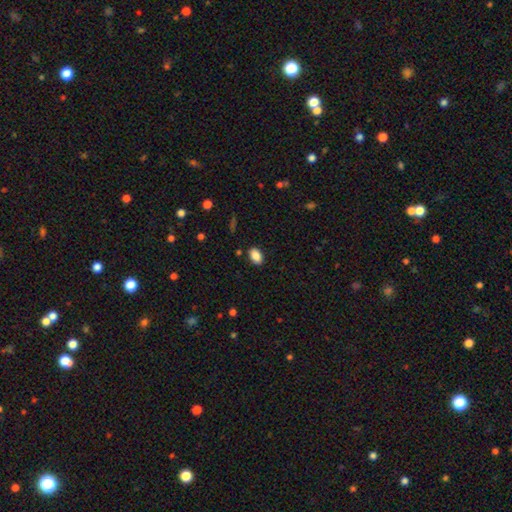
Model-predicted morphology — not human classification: Smooth or featured?
  - smooth: 88% *
  - star or artifact: 8%
  - featured or disk: 4%
How rounded?
  - in between: 89% *
  - round: 9%
  - cigar-shaped: 1%
Merging?
  - none: 87% *
  - minor disturbance: 9%
  - major disturbance: 2%
  - merger: 1%